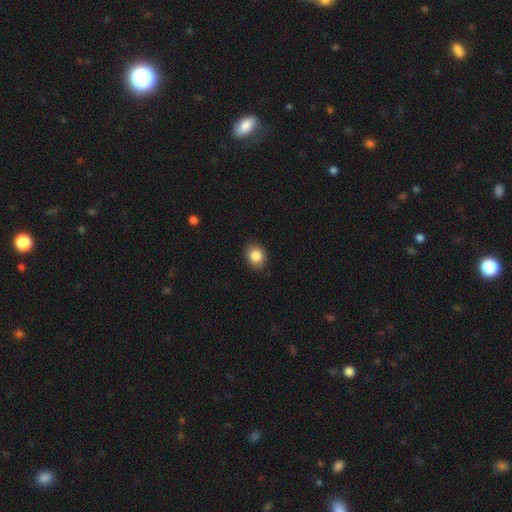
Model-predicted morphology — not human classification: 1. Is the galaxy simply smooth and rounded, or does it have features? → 86% smooth, 9% star or artifact, 5% featured or disk.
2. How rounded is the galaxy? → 56% round, 43% in between, 1% cigar-shaped.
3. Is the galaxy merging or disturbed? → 88% none, 9% minor disturbance, 2% major disturbance, 1% merger.